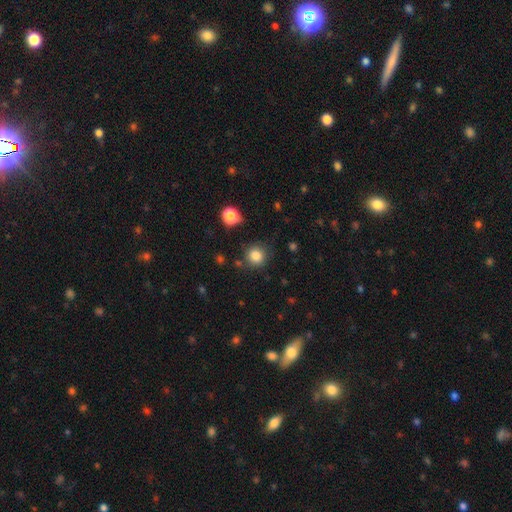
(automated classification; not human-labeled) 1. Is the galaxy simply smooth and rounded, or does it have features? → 83% smooth, 12% star or artifact, 5% featured or disk.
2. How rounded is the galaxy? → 91% round, 8% in between, 1% cigar-shaped.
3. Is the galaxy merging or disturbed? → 83% none, 10% minor disturbance, 3% merger, 3% major disturbance.